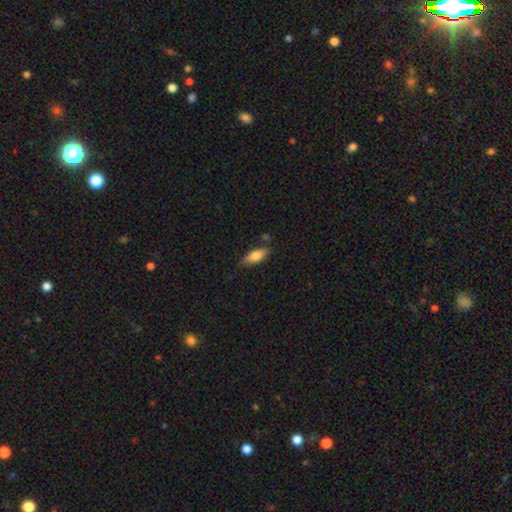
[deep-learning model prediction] A smooth galaxy with no disk features (77%) that is in between round and cigar-shaped (64%). Merging: none (74%).